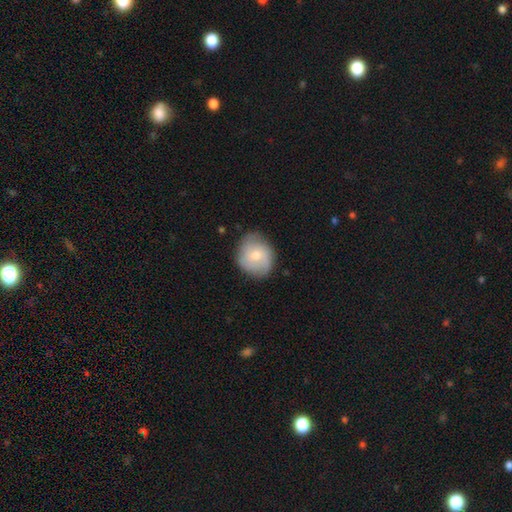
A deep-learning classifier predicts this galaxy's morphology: This appears to be a smooth galaxy with no disk features (58%) that is round (72%). Merging: none (74%).